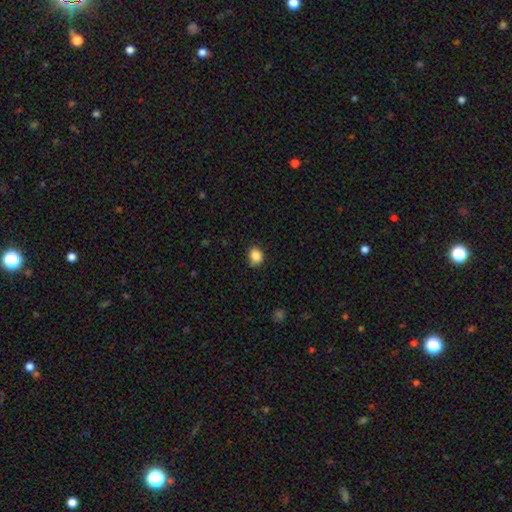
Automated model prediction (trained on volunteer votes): A smooth galaxy with no disk features (86%) that is round (61%). Merging: none (73%).